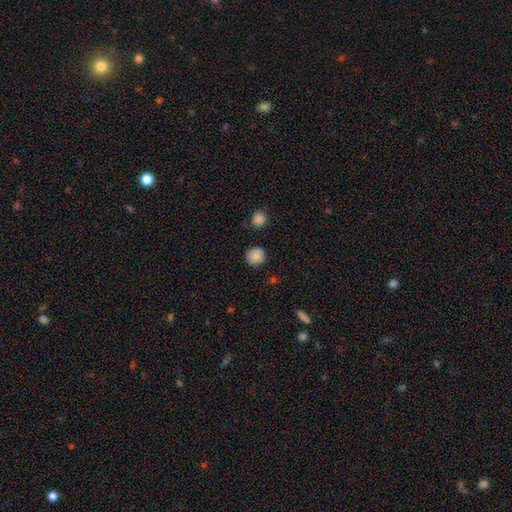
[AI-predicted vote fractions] This is clearly a smooth galaxy (86%). How rounded: clearly round (92%). Merging: clearly none (86%).